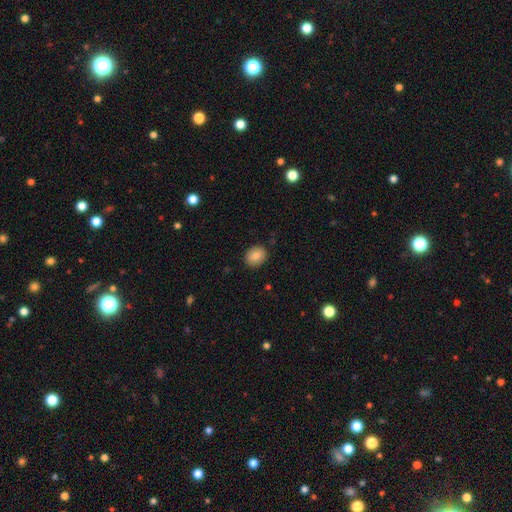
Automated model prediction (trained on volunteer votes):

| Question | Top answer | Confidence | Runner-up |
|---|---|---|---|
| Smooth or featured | smooth | 85% | star or artifact (8%) |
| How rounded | round | 55% | in between (44%) |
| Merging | none | 88% | minor disturbance (8%) |